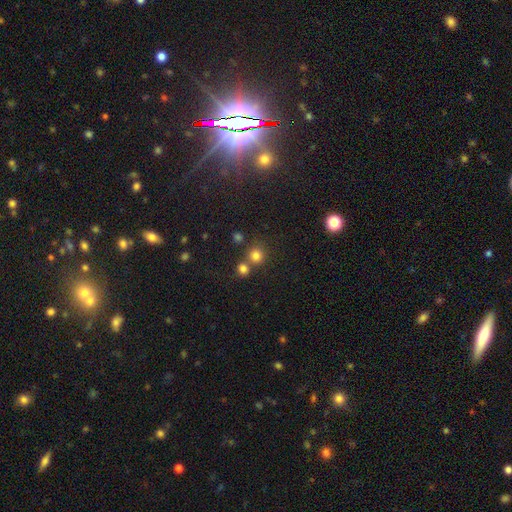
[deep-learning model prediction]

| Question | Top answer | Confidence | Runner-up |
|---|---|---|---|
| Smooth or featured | smooth | 78% | star or artifact (16%) |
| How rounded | round | 91% | in between (8%) |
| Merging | none | 64% | merger (27%) |